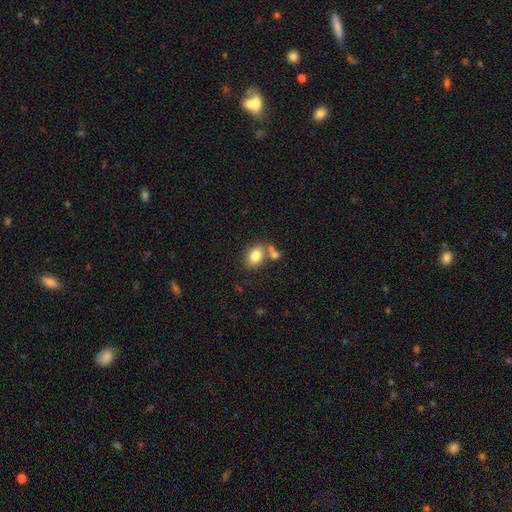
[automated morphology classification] A smooth galaxy with no disk features (81%) that is in between round and cigar-shaped (74%).

Vote fractions:
- Smooth or featured? smooth: 81% / featured or disk: 10% / star or artifact: 9%
- How rounded? in between: 74% / round: 25% / cigar-shaped: 1%
- Merging? none: 57% / merger: 26% / minor disturbance: 13% / major disturbance: 4%